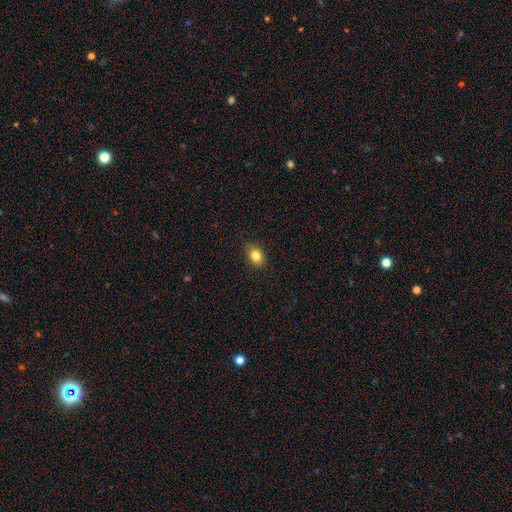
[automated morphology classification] Smooth or featured: smooth — 83% (star or artifact — 9%)
How rounded: in between — 74% (round — 24%)
Merging: none — 87% (minor disturbance — 10%)